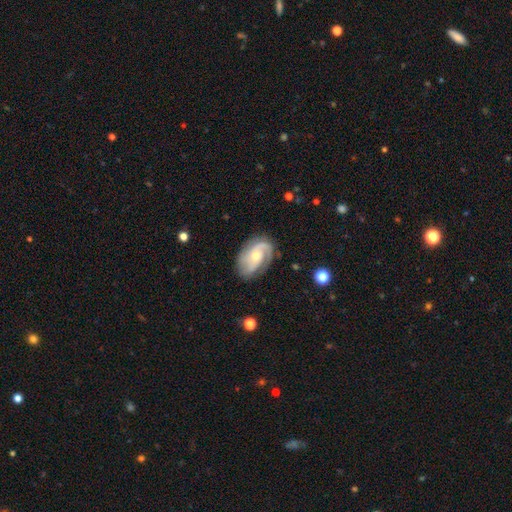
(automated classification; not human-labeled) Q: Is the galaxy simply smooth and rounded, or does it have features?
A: featured or disk — 80%.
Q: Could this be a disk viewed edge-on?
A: no — 96%.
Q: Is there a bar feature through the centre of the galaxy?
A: no — 65%.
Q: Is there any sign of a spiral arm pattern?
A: yes — 95%.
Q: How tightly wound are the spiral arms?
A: medium — 45%.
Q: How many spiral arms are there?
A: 2 — 57%.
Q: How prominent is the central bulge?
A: moderate — 48%.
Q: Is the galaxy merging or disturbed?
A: none — 71%.